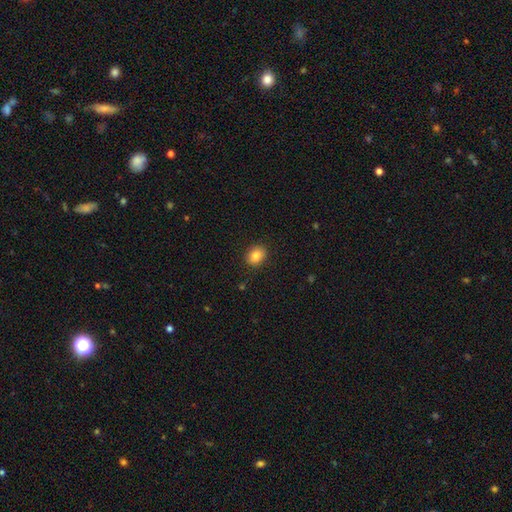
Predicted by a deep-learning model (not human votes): Q: Smooth or featured?
A: smooth (85%); runner-up: star or artifact (9%)
Q: How rounded?
A: in between (50%); runner-up: round (49%)
Q: Merging?
A: none (89%); runner-up: minor disturbance (8%)